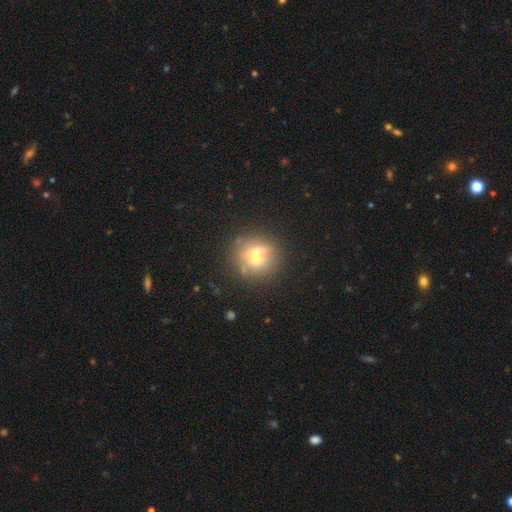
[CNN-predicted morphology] Smooth or featured? smooth (54%)
How rounded? round (86%)
Merging? none (58%)